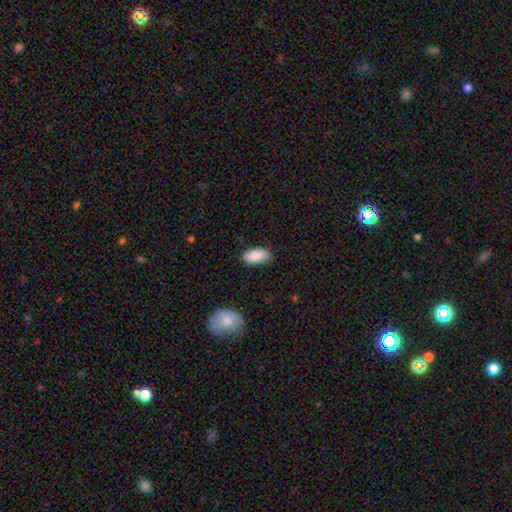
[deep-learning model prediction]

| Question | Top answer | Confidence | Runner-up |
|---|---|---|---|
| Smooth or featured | smooth | 89% | star or artifact (6%) |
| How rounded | in between | 92% | cigar-shaped (6%) |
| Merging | none | 84% | minor disturbance (12%) |